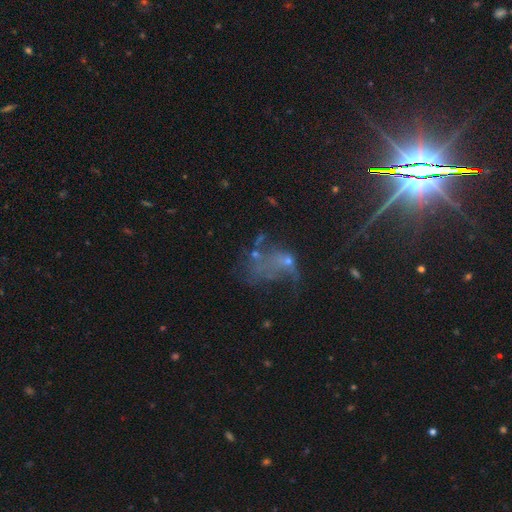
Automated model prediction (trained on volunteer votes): Smooth or featured: featured or disk — 43% (star or artifact — 29%)
Merging: major disturbance — 46% (none — 26%)